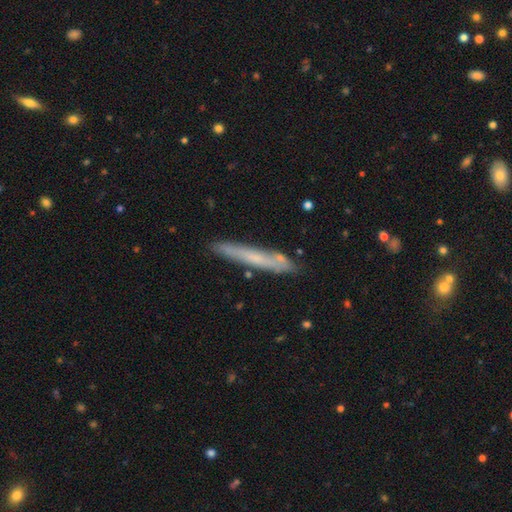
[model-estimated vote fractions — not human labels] The model was most divided on "smooth or featured": featured or disk: 47%, smooth: 44%, star or artifact: 9%. More confident: merging — none (84%).